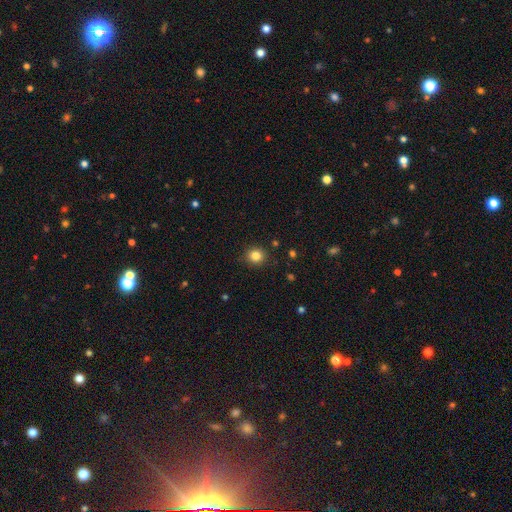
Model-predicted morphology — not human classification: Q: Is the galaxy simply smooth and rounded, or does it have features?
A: smooth — 83%.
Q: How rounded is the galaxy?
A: round — 88%.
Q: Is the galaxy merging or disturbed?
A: none — 90%.